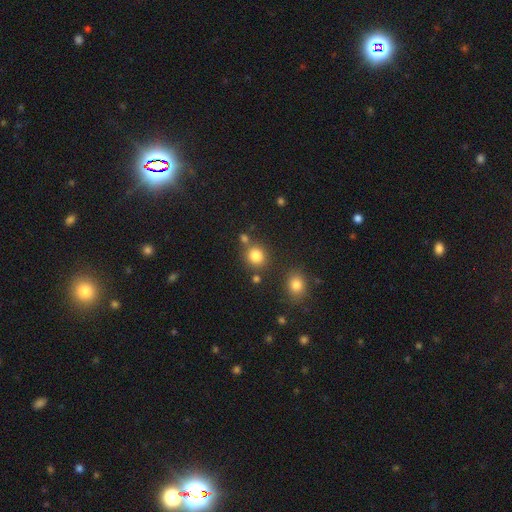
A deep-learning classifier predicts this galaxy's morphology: type=smooth (82%); roundness=round (85%); merging=none (74%).